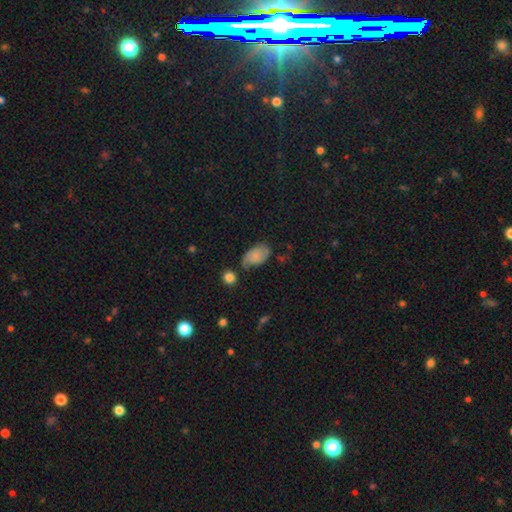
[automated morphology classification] Q: Smooth or featured?
A: smooth (57%); runner-up: featured or disk (34%)
Q: How rounded?
A: in between (91%); runner-up: round (7%)
Q: Merging?
A: none (54%); runner-up: minor disturbance (30%)